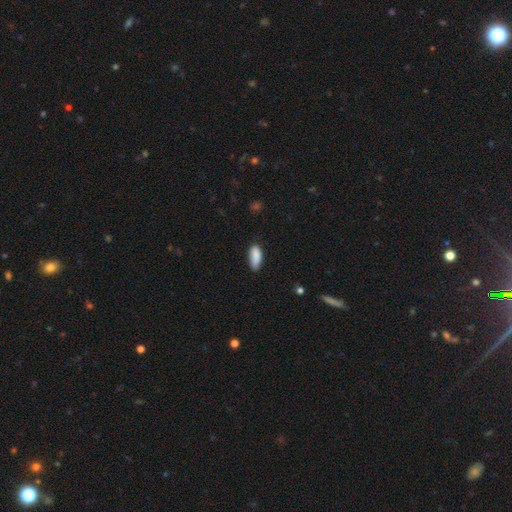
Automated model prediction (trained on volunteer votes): This is clearly a smooth galaxy (88%). How rounded: clearly in between (81%). Merging: likely none (71%).